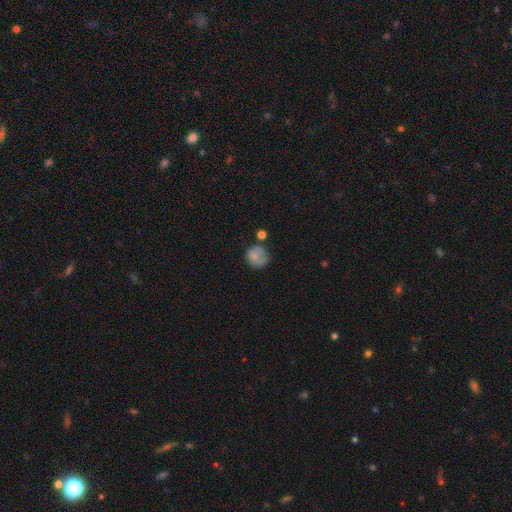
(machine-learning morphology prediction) smooth-or-featured: smooth: 72% | featured or disk: 19% | star or artifact: 10%
  how-rounded: round: 82% | in between: 17% | cigar-shaped: 1%
  merging: none: 51% | minor disturbance: 26% | major disturbance: 13% | merger: 10%